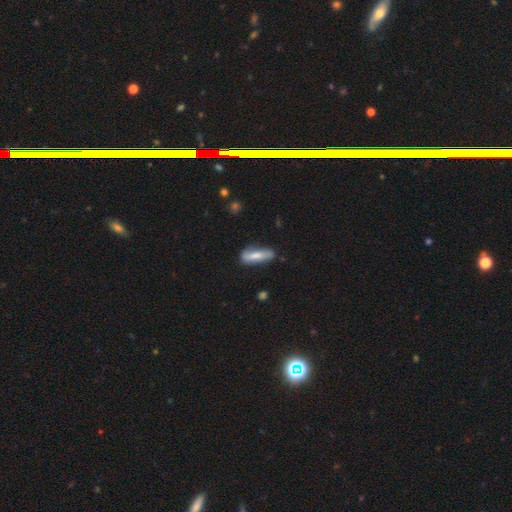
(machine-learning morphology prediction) type=smooth (64%); roundness=in between (51%); merging=none (69%).